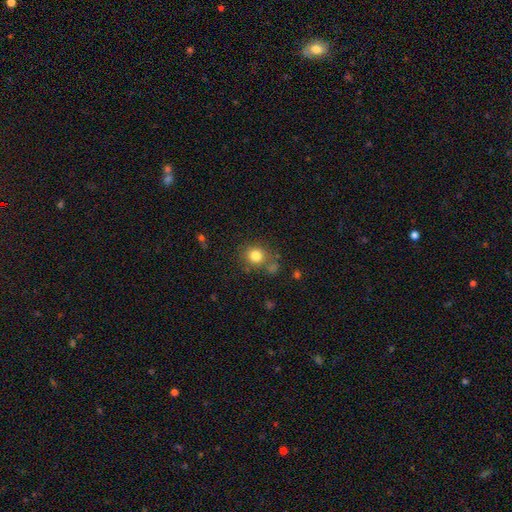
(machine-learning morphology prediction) The model was most divided on "merging": none: 73%, minor disturbance: 12%, merger: 11%, major disturbance: 4%. More confident: how rounded — round (86%); smooth or featured — smooth (81%).